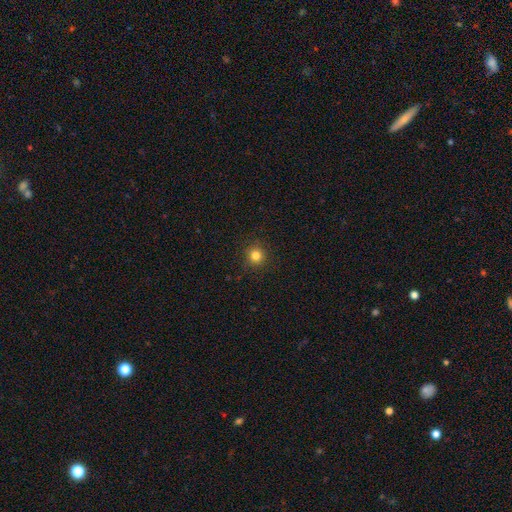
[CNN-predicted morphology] This is clearly a smooth galaxy (81%). How rounded: clearly round (94%). Merging: clearly none (91%).